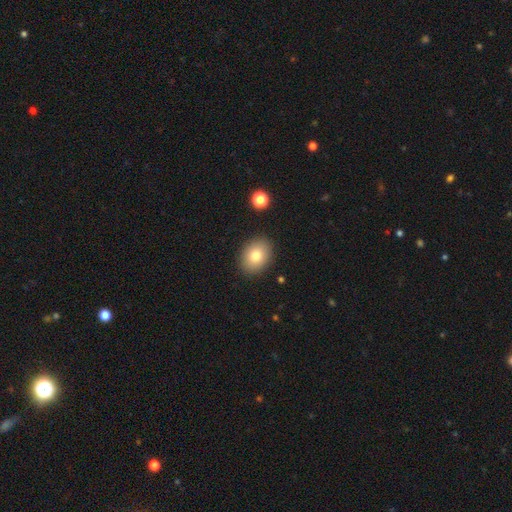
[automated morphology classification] type=smooth (79%); roundness=in between (64%); merging=none (89%).